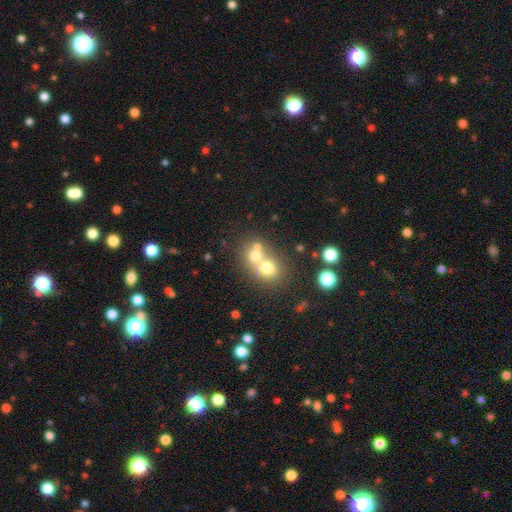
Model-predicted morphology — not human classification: A smooth galaxy with no disk features (65%) that is round (74%). Merging: merger (59%).